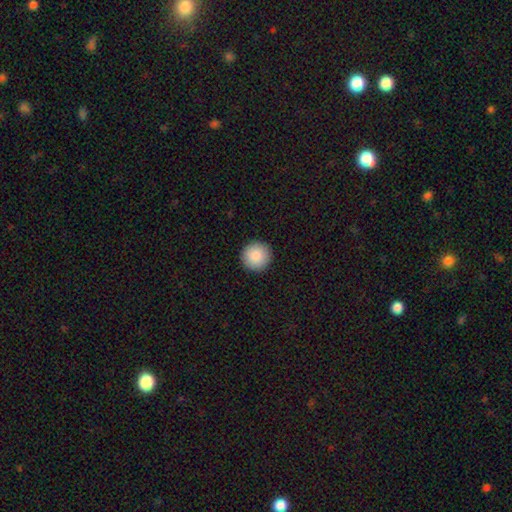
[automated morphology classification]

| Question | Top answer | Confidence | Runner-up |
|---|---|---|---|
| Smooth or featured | smooth | 89% | star or artifact (7%) |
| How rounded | round | 96% | in between (3%) |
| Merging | none | 93% | minor disturbance (5%) |